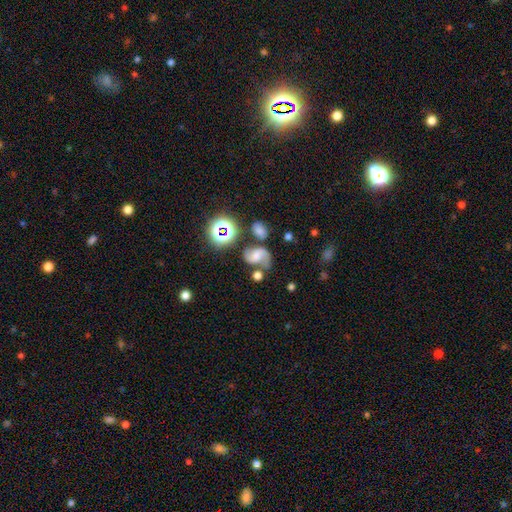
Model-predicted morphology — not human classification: smooth_or_featured: featured or disk (p=0.71) [alt: smooth p=0.16]
disk_edge_on: no (p=0.98) [alt: yes p=0.02]
bar: no (p=0.47) [alt: weak p=0.39]
has_spiral_arms: yes (p=0.94) [alt: no p=0.06]
spiral_winding: medium (p=0.48) [alt: loose p=0.40]
spiral_arm_count: 2 (p=0.88) [alt: 1 p=0.06]
bulge_size: moderate (p=0.41) [alt: small p=0.26]
merging: none (p=0.53) [alt: minor disturbance p=0.19]